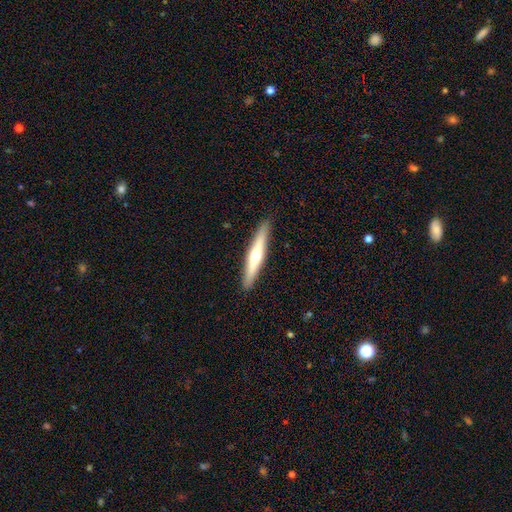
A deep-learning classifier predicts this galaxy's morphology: Smooth or featured? featured or disk (52%)
Edge-on disk? yes (95%)
Merging? none (91%)